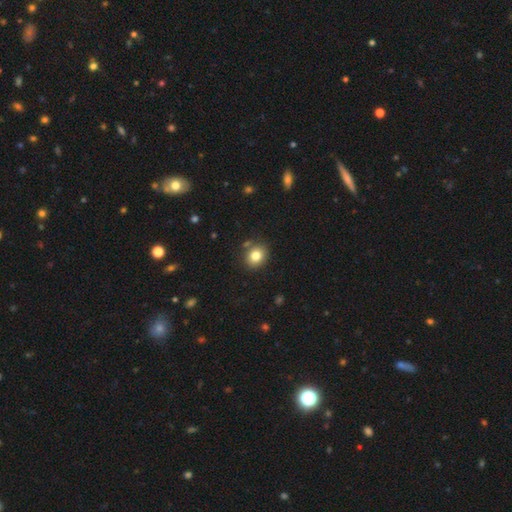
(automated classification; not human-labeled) A smooth galaxy with no disk features (81%) that is round (67%).

Vote fractions:
- Smooth or featured? smooth: 81% / star or artifact: 11% / featured or disk: 8%
- How rounded? round: 67% / in between: 33% / cigar-shaped: 1%
- Merging? none: 83% / minor disturbance: 9% / merger: 5% / major disturbance: 3%